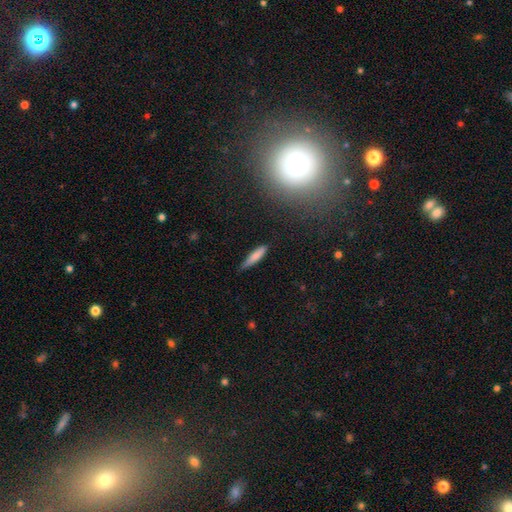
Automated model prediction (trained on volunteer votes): Smooth or featured? smooth (77%)
How rounded? cigar-shaped (84%)
Merging? none (74%)